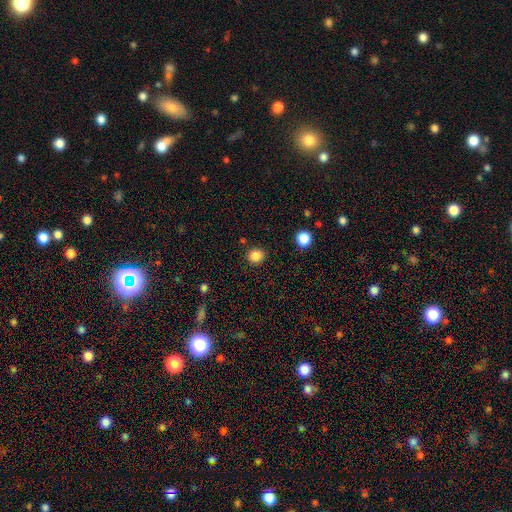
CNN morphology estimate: The model was most divided on "smooth or featured": smooth: 85%, star or artifact: 11%, featured or disk: 4%. More confident: merging — none (90%); how rounded — round (87%).